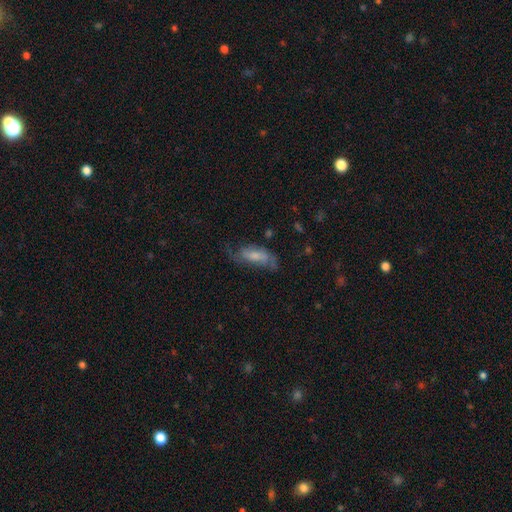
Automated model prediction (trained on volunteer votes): Q: Smooth or featured?
A: featured or disk (51%); runner-up: smooth (41%)
Q: Edge-on disk?
A: no (87%); runner-up: yes (13%)
Q: Merging?
A: none (50%); runner-up: minor disturbance (27%)